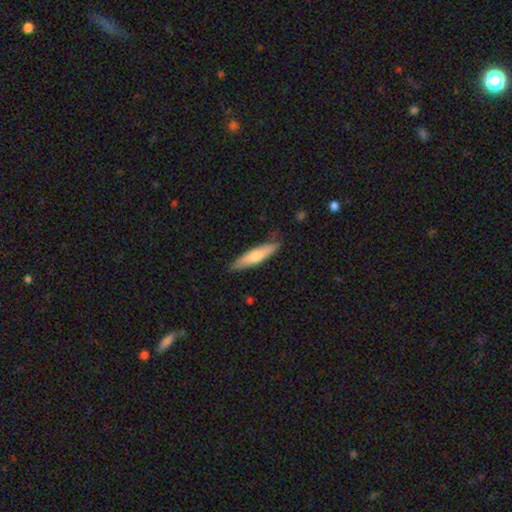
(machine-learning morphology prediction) The model was most divided on "smooth or featured": smooth: 68%, featured or disk: 27%, star or artifact: 5%. More confident: merging — none (81%); how rounded — cigar-shaped (76%).